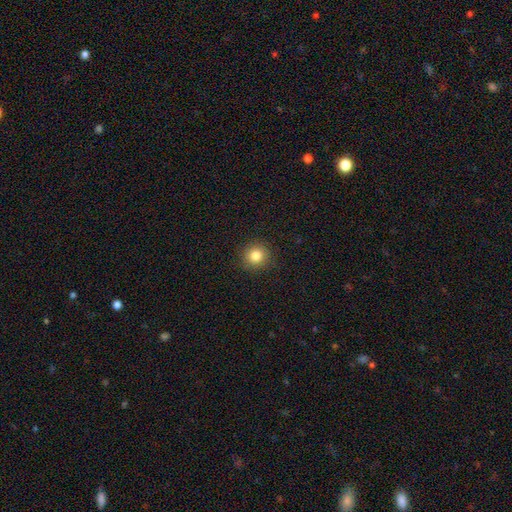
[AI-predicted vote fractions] This is clearly a smooth galaxy (83%). How rounded: clearly round (93%). Merging: clearly none (90%).